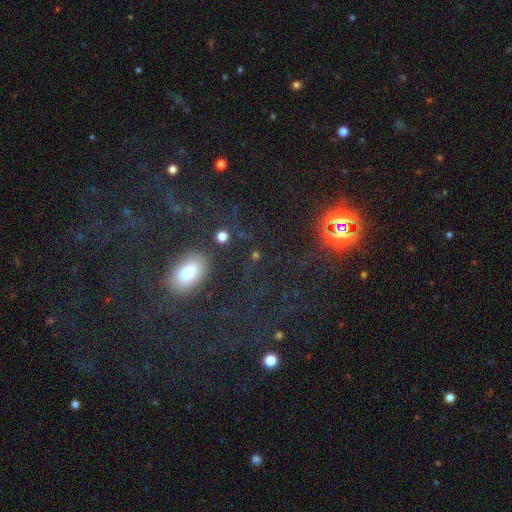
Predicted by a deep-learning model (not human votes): This is possibly a star or artifact rather than a galaxy (53%).